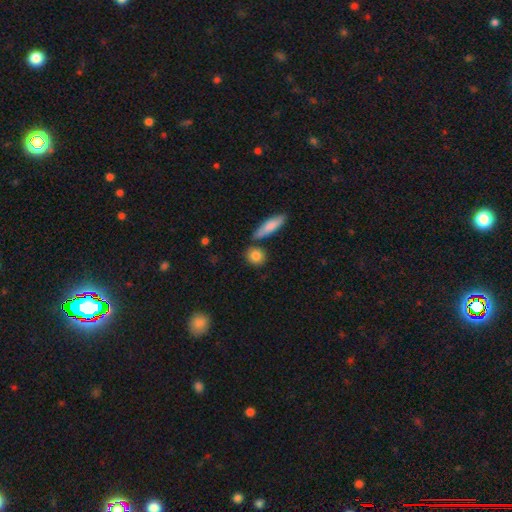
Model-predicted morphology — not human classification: Smooth or featured?
  - smooth: 84% *
  - featured or disk: 8%
  - star or artifact: 7%
How rounded?
  - round: 72% *
  - in between: 22%
  - cigar-shaped: 7%
Merging?
  - none: 75% *
  - merger: 11%
  - minor disturbance: 11%
  - major disturbance: 3%